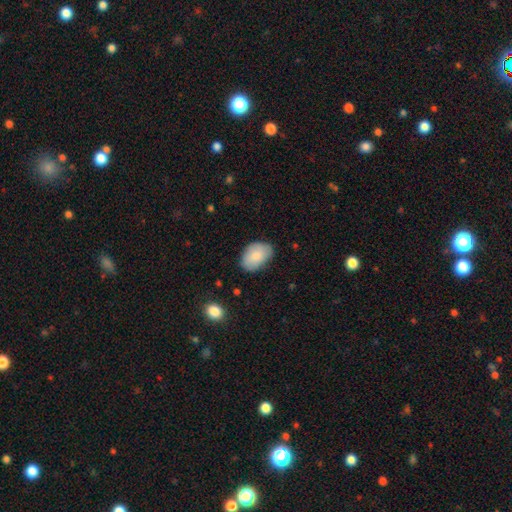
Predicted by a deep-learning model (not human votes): Smooth or featured? Predicted: smooth (p=0.83). How rounded? Predicted: in between (p=0.88). Merging? Predicted: none (p=0.78).